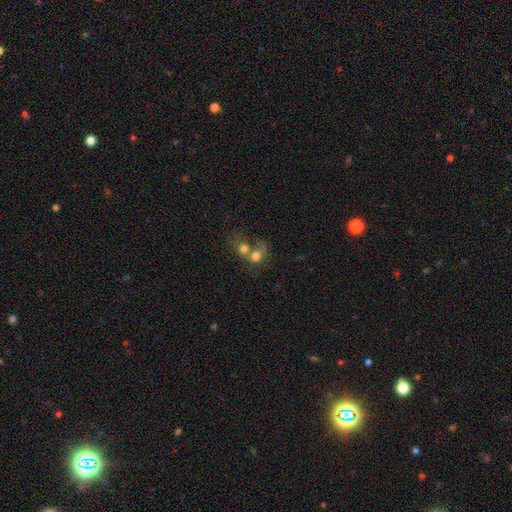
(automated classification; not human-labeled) Morphology: type=smooth (65%); roundness=round (61%); merging=merger (73%).